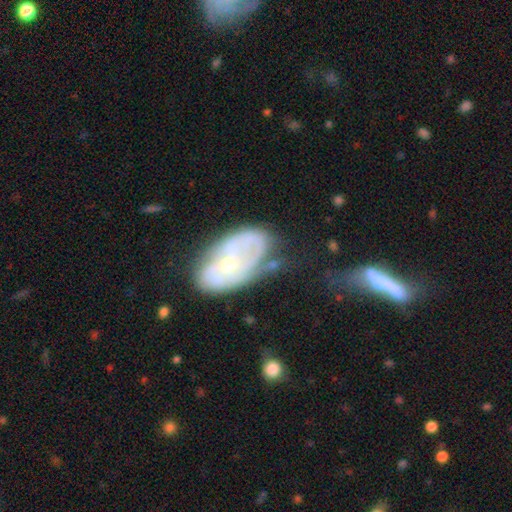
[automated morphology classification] The model was most divided on "spiral arms" (2-way tie): no: 50%, yes: 50%. Remaining: edge-on disk — no (92%); bar — no (80%); smooth or featured — featured or disk (65%); bulge size — small (52%); merging — none (39%).